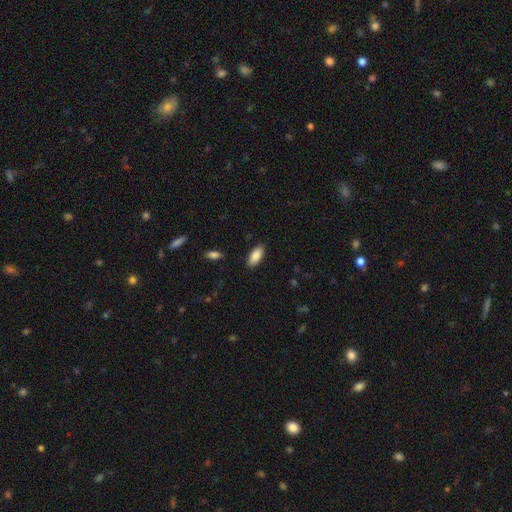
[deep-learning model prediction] Smooth or featured?
  - smooth: 87% *
  - featured or disk: 7%
  - star or artifact: 6%
How rounded?
  - in between: 88% *
  - cigar-shaped: 10%
  - round: 2%
Merging?
  - none: 88% *
  - minor disturbance: 9%
  - major disturbance: 2%
  - merger: 1%